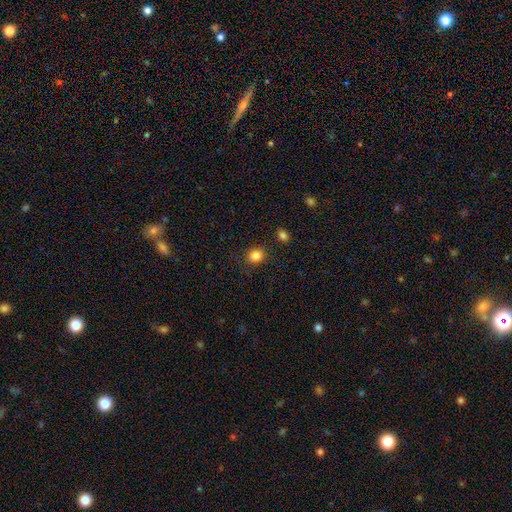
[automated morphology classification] smooth-or-featured: smooth: 84% | star or artifact: 11% | featured or disk: 5%
  how-rounded: round: 69% | in between: 30% | cigar-shaped: 1%
  merging: none: 86% | minor disturbance: 9% | major disturbance: 3% | merger: 3%